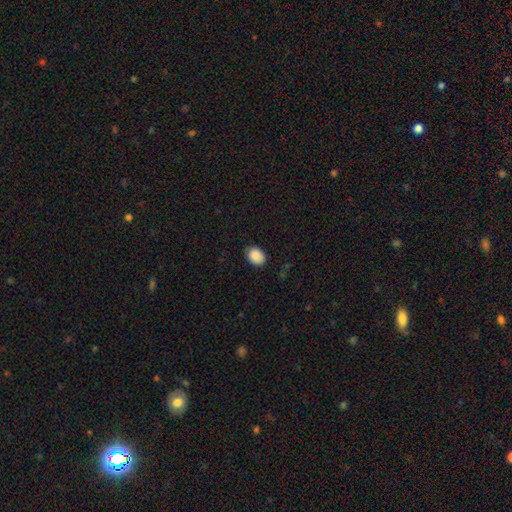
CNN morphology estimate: Smooth or featured: smooth — 90% (star or artifact — 7%)
How rounded: in between — 68% (round — 31%)
Merging: none — 84% (minor disturbance — 13%)